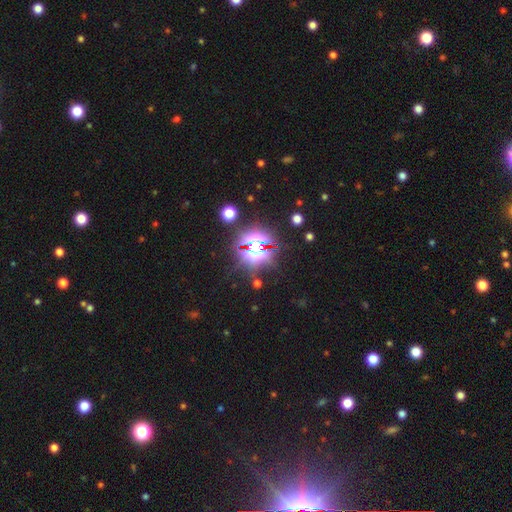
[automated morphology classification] A star or artifact, not a galaxy (82%).